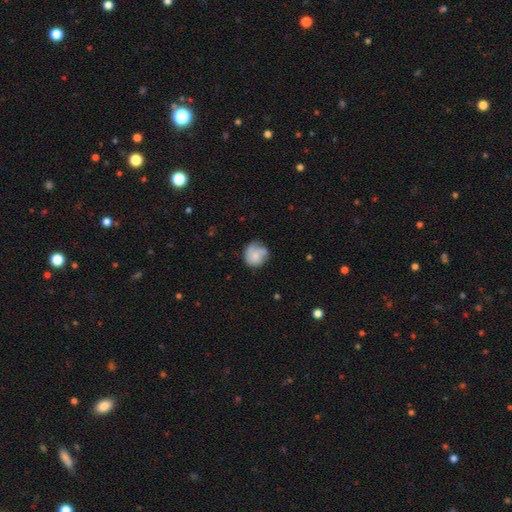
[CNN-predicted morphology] Smooth or featured: smooth — 65% (featured or disk — 27%)
How rounded: round — 81% (in between — 18%)
Merging: none — 53% (minor disturbance — 27%)